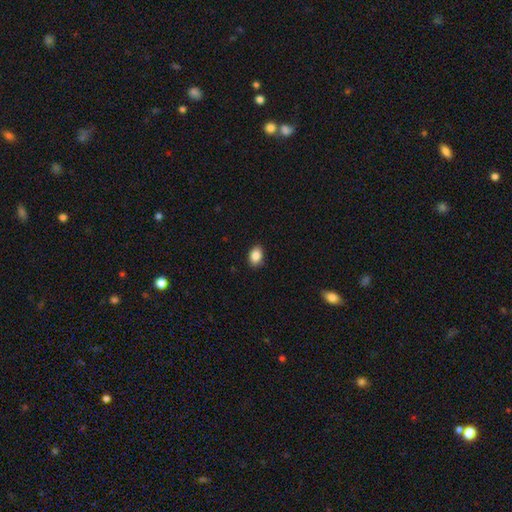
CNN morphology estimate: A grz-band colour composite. It shows a smooth galaxy with no disk features (87%) that is in between round and cigar-shaped (78%). Merging: none (88%).